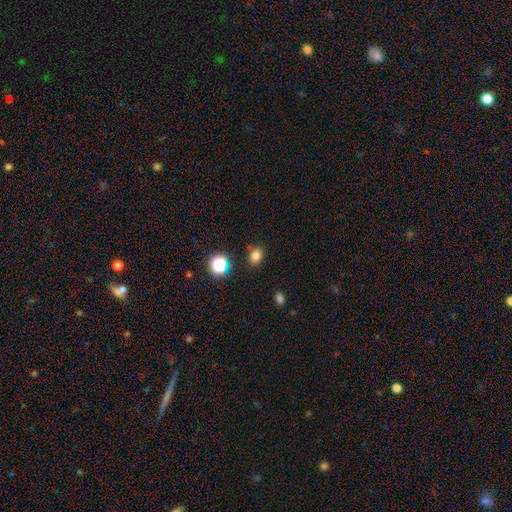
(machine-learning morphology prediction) The model was most divided on "how rounded": round: 54%, in between: 45%, cigar-shaped: 1%. More confident: merging — none (80%); smooth or featured — smooth (78%).